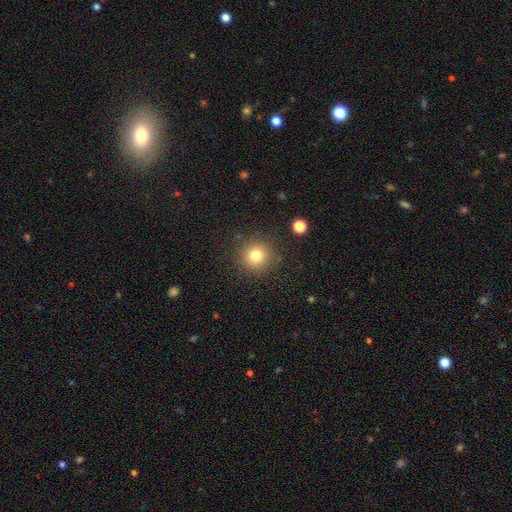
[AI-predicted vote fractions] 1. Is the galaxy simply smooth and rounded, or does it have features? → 78% smooth, 14% star or artifact, 8% featured or disk.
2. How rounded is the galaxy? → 94% round, 5% in between, 1% cigar-shaped.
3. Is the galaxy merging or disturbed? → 88% none, 7% minor disturbance, 3% major disturbance, 2% merger.